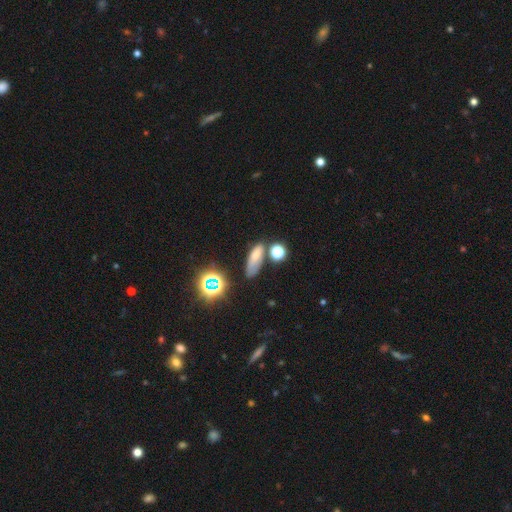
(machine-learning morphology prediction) A smooth galaxy with no disk features (66%) that is in between round and cigar-shaped (60%). Merging: none (55%).